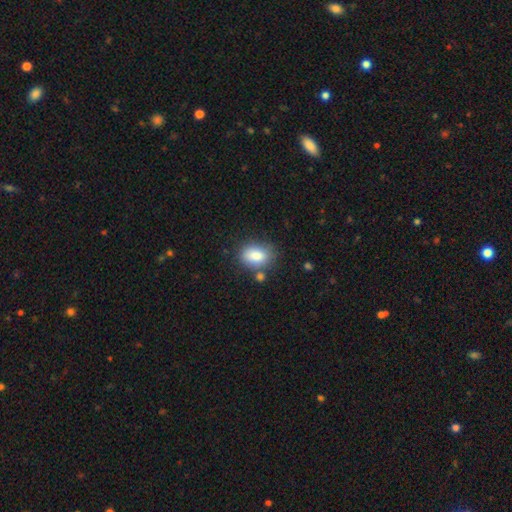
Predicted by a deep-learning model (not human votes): Smooth or featured?
  - smooth: 85% *
  - star or artifact: 8%
  - featured or disk: 7%
How rounded?
  - in between: 80% *
  - round: 18%
  - cigar-shaped: 1%
Merging?
  - none: 69% *
  - minor disturbance: 17%
  - merger: 10%
  - major disturbance: 5%